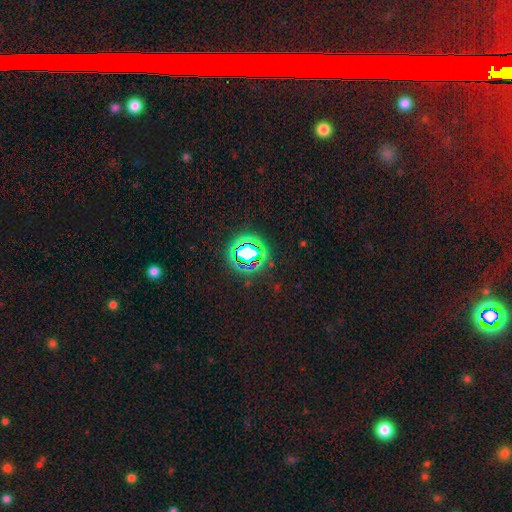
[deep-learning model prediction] Overall: star or artifact (78%).